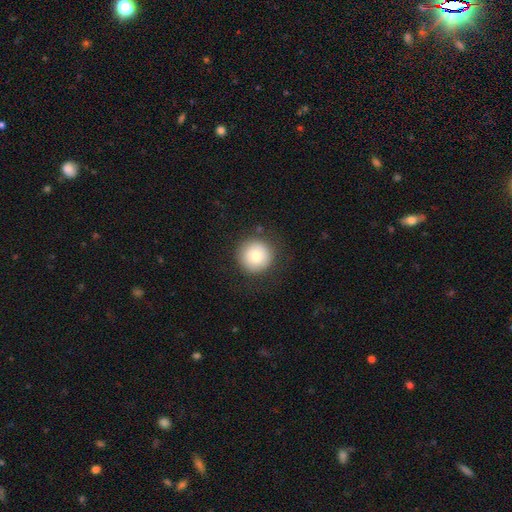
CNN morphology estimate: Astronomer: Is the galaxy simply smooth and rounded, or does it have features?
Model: smooth — 78%.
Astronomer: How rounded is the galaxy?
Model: round — 96%.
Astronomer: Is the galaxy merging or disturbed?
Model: none — 86%.